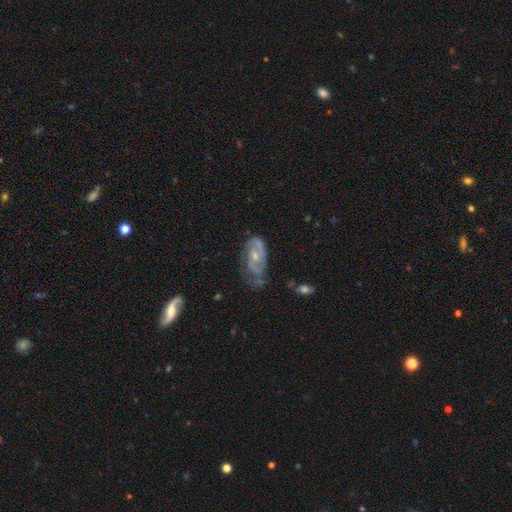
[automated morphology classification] A featured or disk galaxy (80%) with no bar (62%), 2 (72%) medium (43%) spiral arms (91%) and a small central bulge (53%).

Vote fractions:
- Smooth or featured? featured or disk: 80% / smooth: 13% / star or artifact: 7%
- Edge-on disk? no: 95% / yes: 5%
- Bar? no: 62% / weak: 31% / strong: 7%
- Spiral arms? yes: 91% / no: 9%
- Spiral winding? medium: 43% / tight: 38% / loose: 19%
- Spiral arm count? 2: 72% / can't tell: 15% / 1: 6% / 3: 5% / 4: 2% / more than 4: 1%
- Bulge size? small: 53% / moderate: 43% / none: 2% / large: 1% / dominant: 1%
- Merging? none: 51% / minor disturbance: 30% / major disturbance: 16% / merger: 3%